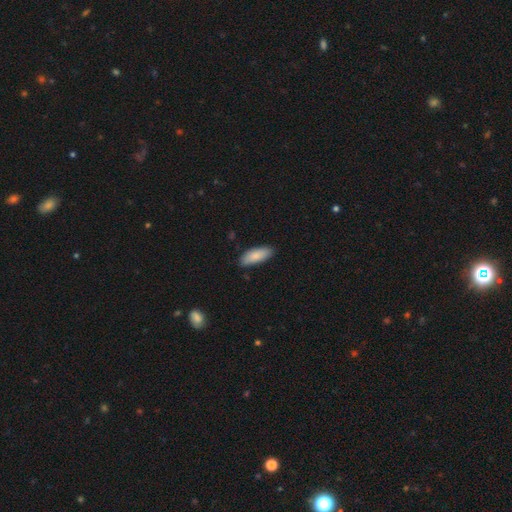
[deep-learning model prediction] This is clearly a smooth galaxy (87%). How rounded: likely in between (74%). Merging: clearly none (83%).